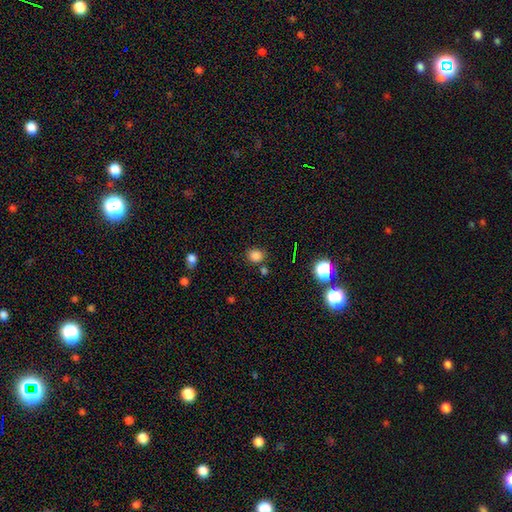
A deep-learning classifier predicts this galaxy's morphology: Overall: smooth (81%). How rounded: round (71%). Merging: none (78%).